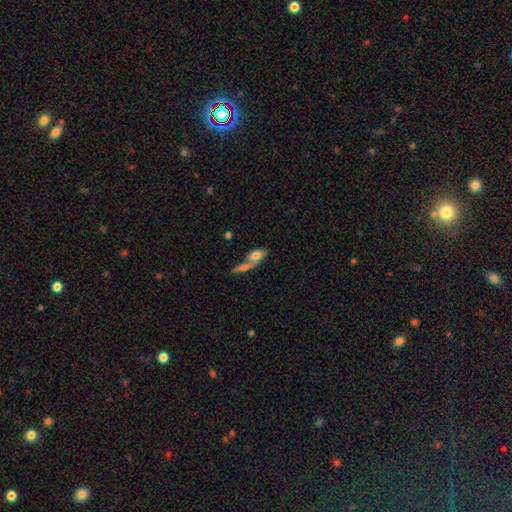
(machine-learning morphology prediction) This is likely a smooth galaxy (68%). How rounded: likely in between (77%). Merging: likely merger (61%).